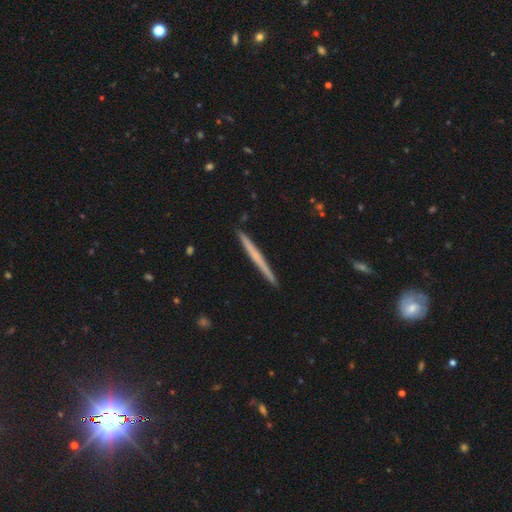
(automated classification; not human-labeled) Smooth or featured?
  - featured or disk: 47% * (tied)
  - smooth: 47% * (tied)
  - star or artifact: 5%
Merging?
  - none: 92% *
  - minor disturbance: 5%
  - merger: 1%
  - major disturbance: 1%